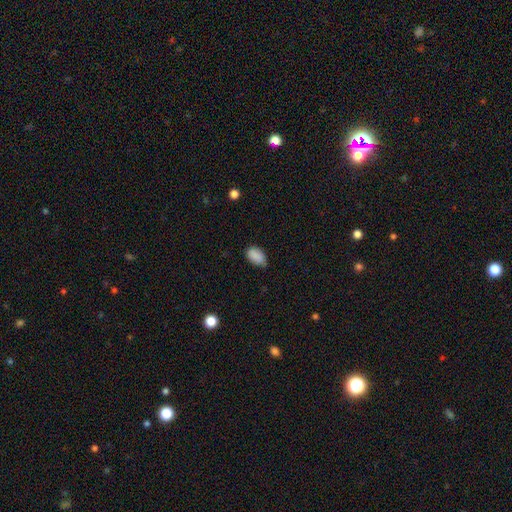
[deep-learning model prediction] The model was most divided on "merging": none: 71%, minor disturbance: 25%, major disturbance: 3%, merger: 1%. More confident: how rounded — in between (91%); smooth or featured — smooth (88%).